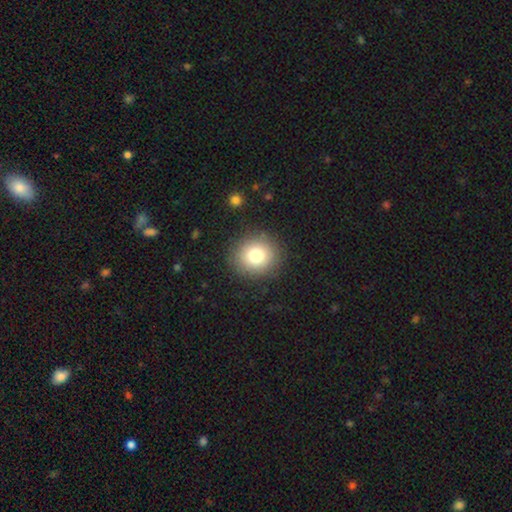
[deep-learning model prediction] smooth-or-featured: smooth: 78% | star or artifact: 12% | featured or disk: 11%
  how-rounded: round: 87% | in between: 12% | cigar-shaped: 1%
  merging: none: 88% | minor disturbance: 7% | major disturbance: 3% | merger: 1%